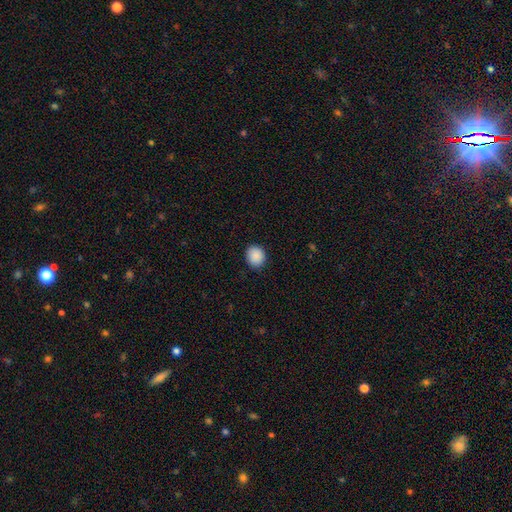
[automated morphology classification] This appears to be a smooth galaxy with no disk features (90%) that is round (80%). Merging: none (90%).